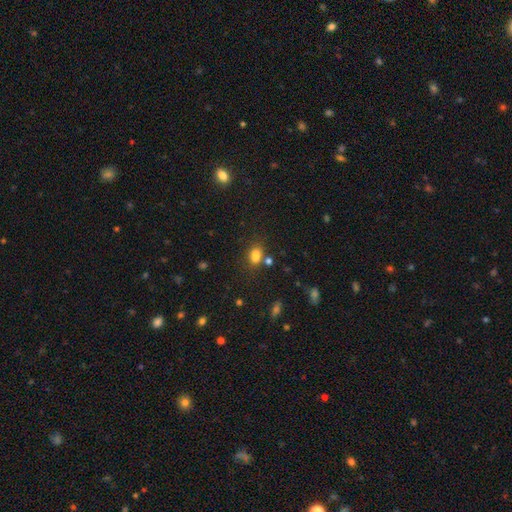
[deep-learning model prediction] This is likely a smooth galaxy (79%). How rounded: likely in between (75%). Merging: likely none (64%).